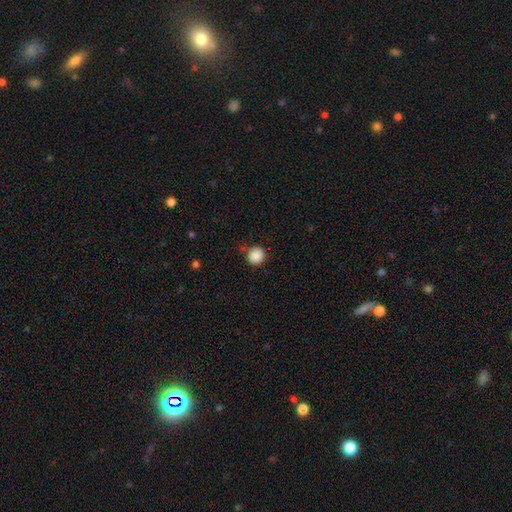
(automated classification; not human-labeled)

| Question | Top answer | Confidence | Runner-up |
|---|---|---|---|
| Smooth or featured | smooth | 88% | star or artifact (9%) |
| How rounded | round | 93% | in between (6%) |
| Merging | none | 82% | minor disturbance (12%) |